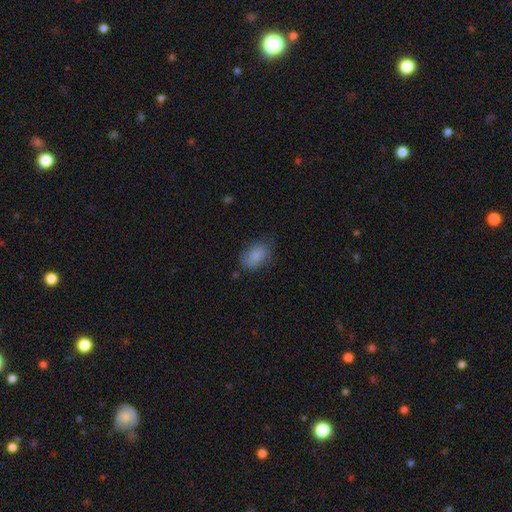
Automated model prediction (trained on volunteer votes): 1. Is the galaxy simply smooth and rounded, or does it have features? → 84% smooth, 8% featured or disk, 8% star or artifact.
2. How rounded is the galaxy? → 86% in between, 13% round, 2% cigar-shaped.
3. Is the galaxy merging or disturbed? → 69% none, 23% minor disturbance, 7% major disturbance, 2% merger.